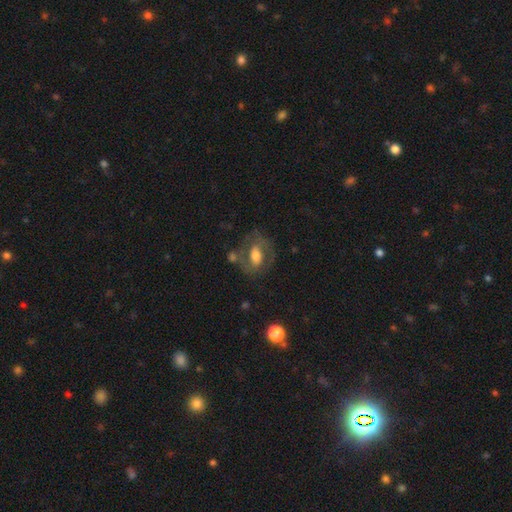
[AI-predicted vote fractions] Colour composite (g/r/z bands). It shows a featured or disk galaxy (48%). Merging: none (57%).